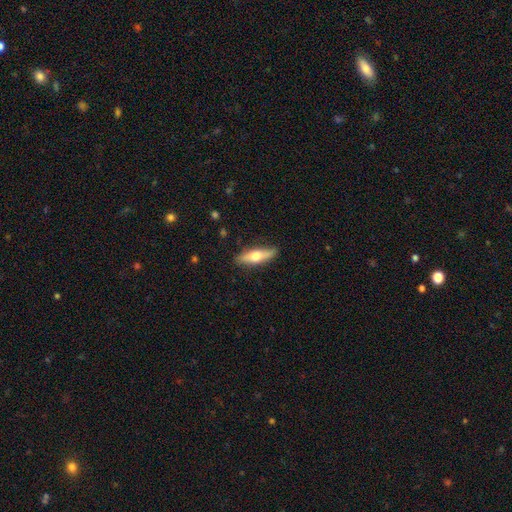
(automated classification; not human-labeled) A smooth galaxy with no disk features (54%) that is cigar-shaped (54%).

Vote fractions:
- Smooth or featured? smooth: 54% / featured or disk: 41% / star or artifact: 5%
- How rounded? cigar-shaped: 54% / in between: 43% / round: 3%
- Merging? none: 87% / minor disturbance: 10% / major disturbance: 2% / merger: 1%